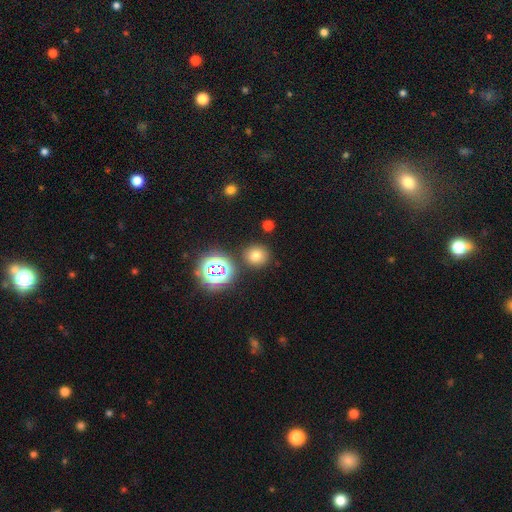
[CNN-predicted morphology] smooth-or-featured: smooth: 67% | star or artifact: 23% | featured or disk: 9%
  how-rounded: round: 88% | in between: 11% | cigar-shaped: 1%
  merging: none: 85% | minor disturbance: 7% | merger: 5% | major disturbance: 3%